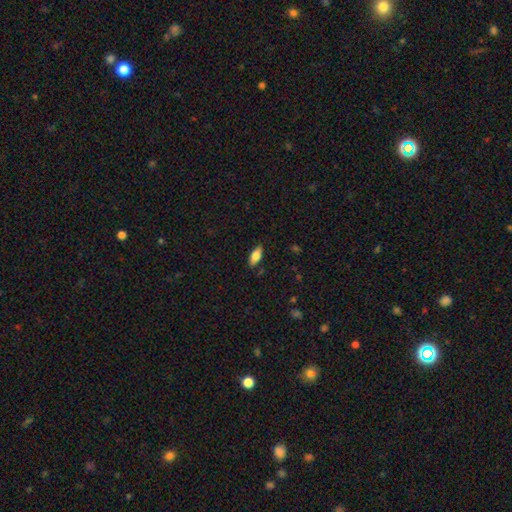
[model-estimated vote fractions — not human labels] Smooth or featured?
  - smooth: 77% *
  - featured or disk: 16%
  - star or artifact: 7%
How rounded?
  - in between: 86% *
  - cigar-shaped: 12%
  - round: 2%
Merging?
  - none: 86% *
  - minor disturbance: 11%
  - major disturbance: 2%
  - merger: 1%